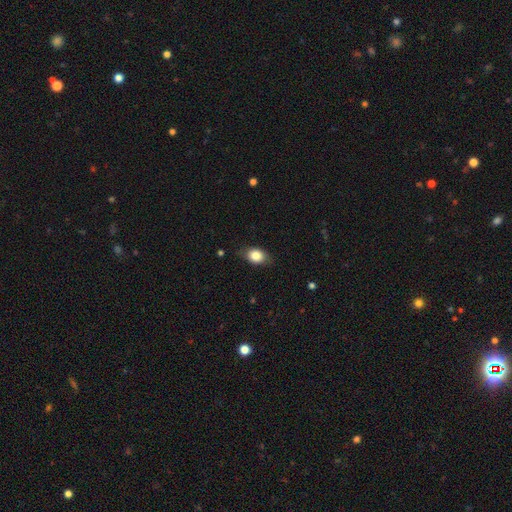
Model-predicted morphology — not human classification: Smooth or featured?
  - smooth: 83% *
  - featured or disk: 9%
  - star or artifact: 8%
How rounded?
  - in between: 70% *
  - round: 28%
  - cigar-shaped: 2%
Merging?
  - none: 78% *
  - minor disturbance: 18%
  - major disturbance: 4%
  - merger: 1%